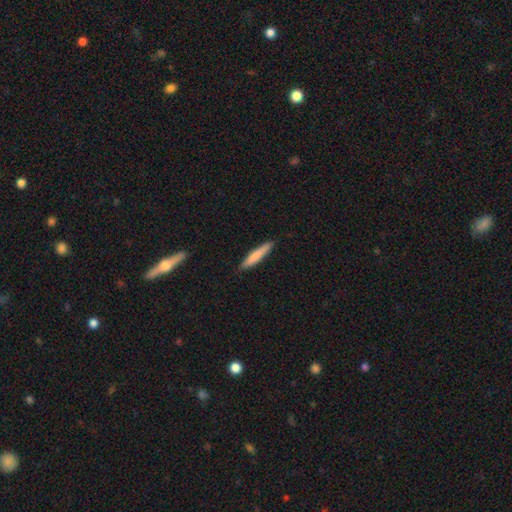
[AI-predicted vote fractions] Smooth or featured? Predicted: smooth (p=0.77). How rounded? Predicted: cigar-shaped (p=0.91). Merging? Predicted: none (p=0.89).